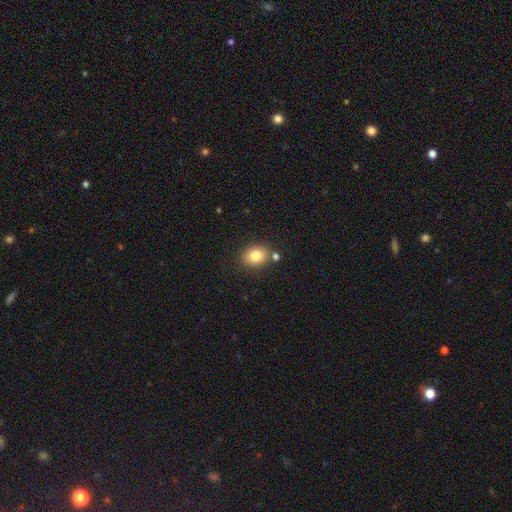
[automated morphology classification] Smooth or featured: smooth — 82% (star or artifact — 10%)
How rounded: round — 53% (in between — 46%)
Merging: none — 76% (minor disturbance — 11%)